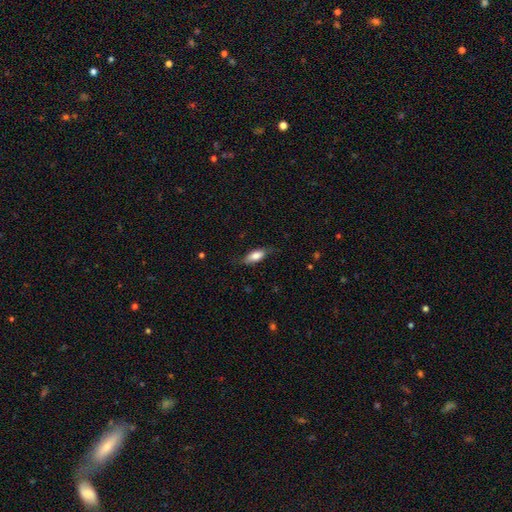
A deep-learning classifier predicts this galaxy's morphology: smooth 75%, featured or disk 19%, star or artifact 7%. Down the decision tree: how rounded — in between (76%); merging — none (72%).